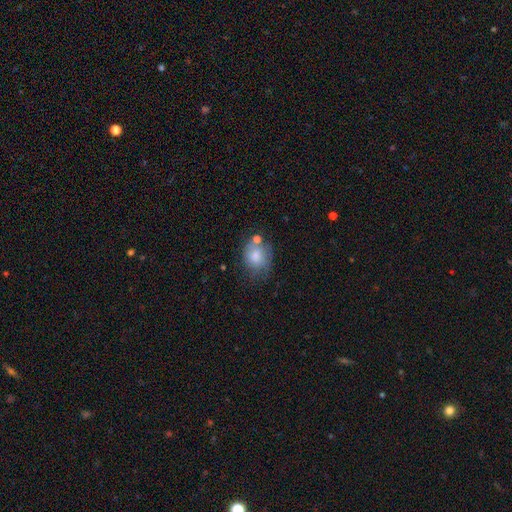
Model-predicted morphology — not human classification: smooth 73%, featured or disk 19%, star or artifact 9%. Down the decision tree: how rounded — in between (51%); merging — none (46%).